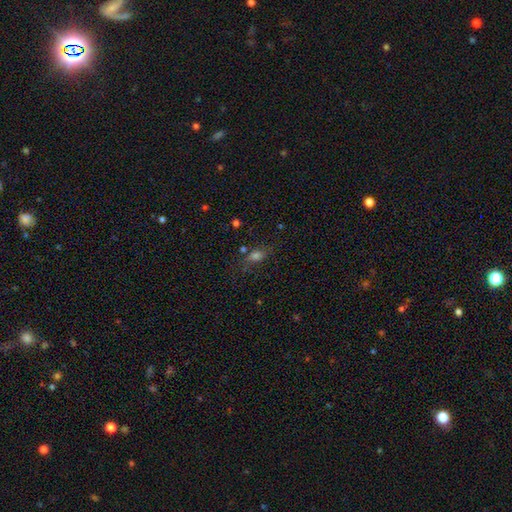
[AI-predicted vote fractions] smooth_or_featured: smooth (p=0.58) [alt: star or artifact p=0.26]
how_rounded: in between (p=0.68) [alt: round p=0.23]
merging: none (p=0.62) [alt: minor disturbance p=0.20]